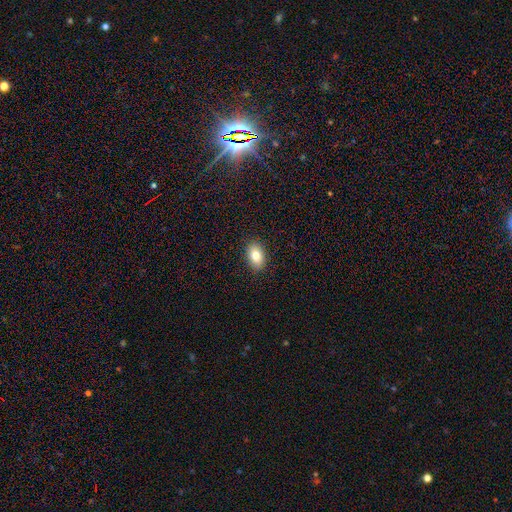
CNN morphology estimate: Q: Smooth or featured?
A: smooth (80%); runner-up: featured or disk (12%)
Q: How rounded?
A: in between (85%); runner-up: round (13%)
Q: Merging?
A: none (90%); runner-up: minor disturbance (7%)